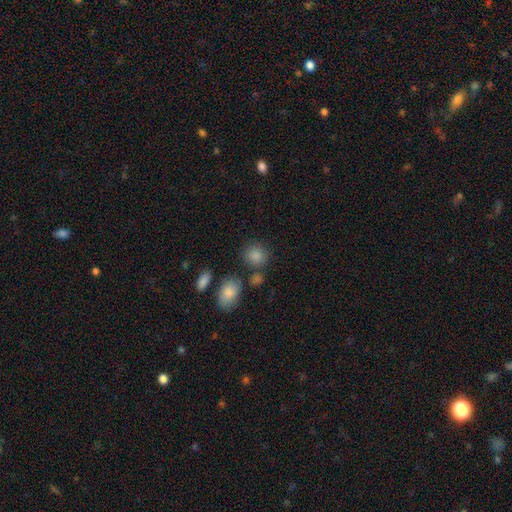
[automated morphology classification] The model was most divided on "how rounded": round: 77%, in between: 22%, cigar-shaped: 1%. More confident: smooth or featured — smooth (85%); merging — none (74%).